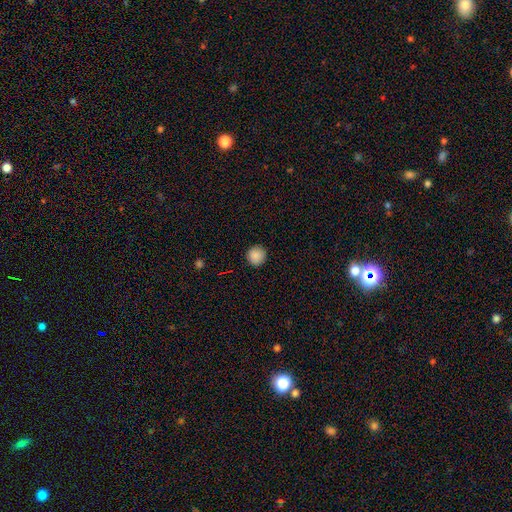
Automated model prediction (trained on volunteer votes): The model was most divided on "smooth or featured": smooth: 88%, star or artifact: 9%, featured or disk: 3%. More confident: how rounded — round (94%); merging — none (91%).